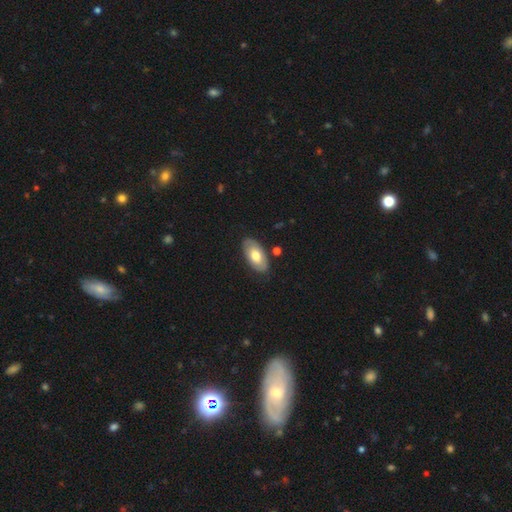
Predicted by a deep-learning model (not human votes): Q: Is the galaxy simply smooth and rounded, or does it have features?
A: smooth — 63%.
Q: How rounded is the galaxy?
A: in between — 94%.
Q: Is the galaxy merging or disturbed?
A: none — 83%.